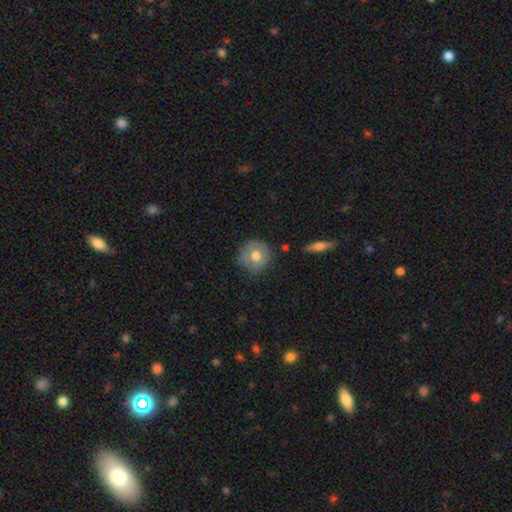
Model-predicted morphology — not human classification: Smooth or featured?
  - smooth: 58% *
  - featured or disk: 35%
  - star or artifact: 7%
How rounded?
  - round: 90% *
  - in between: 9%
  - cigar-shaped: 1%
Merging?
  - none: 78% *
  - minor disturbance: 16%
  - major disturbance: 4%
  - merger: 2%